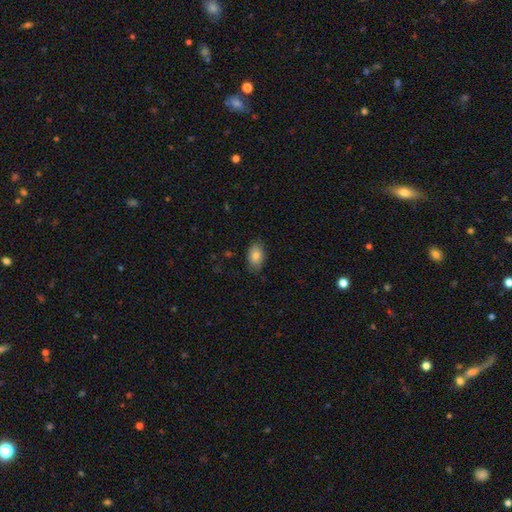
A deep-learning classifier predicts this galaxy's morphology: Q: Smooth or featured?
A: smooth (80%); runner-up: featured or disk (12%)
Q: How rounded?
A: in between (84%); runner-up: round (15%)
Q: Merging?
A: none (79%); runner-up: minor disturbance (17%)